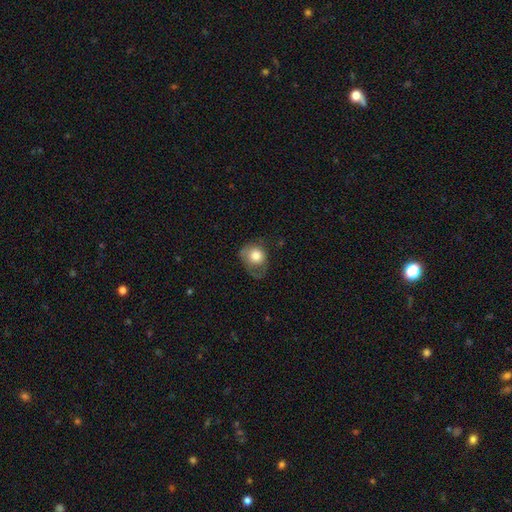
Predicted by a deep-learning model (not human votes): smooth_or_featured: smooth (p=0.73) [alt: featured or disk p=0.19]
how_rounded: round (p=0.63) [alt: in between p=0.36]
merging: none (p=0.35) [alt: major disturbance p=0.32]